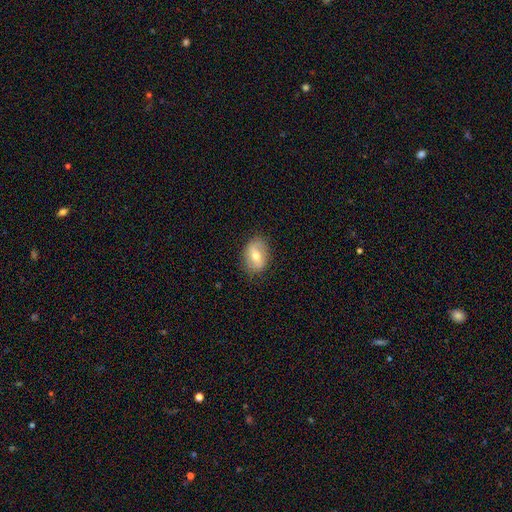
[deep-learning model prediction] Smooth or featured: smooth — 55% (featured or disk — 38%)
How rounded: in between — 72% (round — 26%)
Merging: none — 83% (minor disturbance — 13%)